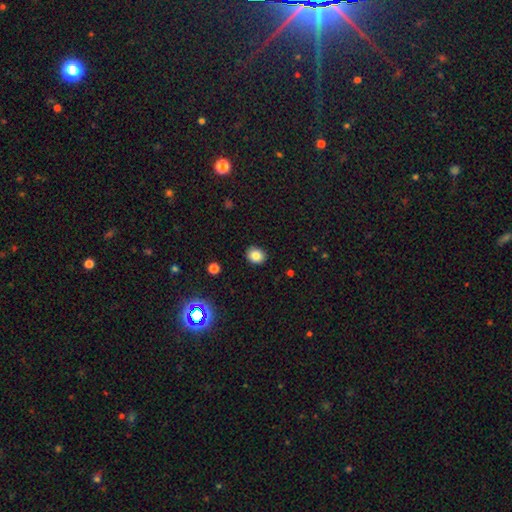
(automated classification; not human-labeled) Smooth or featured?
  - smooth: 83% *
  - star or artifact: 12%
  - featured or disk: 5%
How rounded?
  - round: 63% *
  - in between: 36%
  - cigar-shaped: 1%
Merging?
  - none: 88% *
  - minor disturbance: 8%
  - major disturbance: 2%
  - merger: 1%